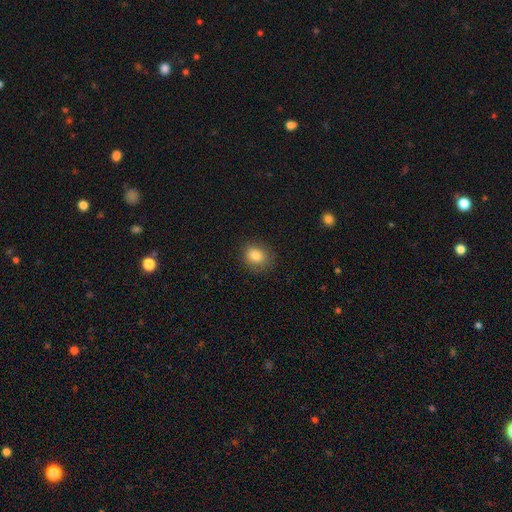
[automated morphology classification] Overall: smooth (84%). How rounded: round (62%; in between 37%). Merging: none (83%).